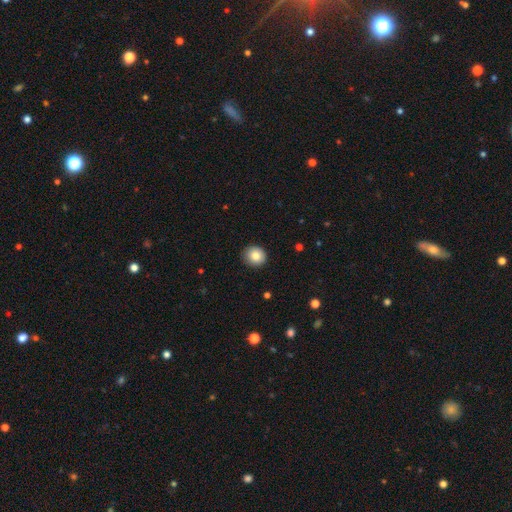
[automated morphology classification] Smooth or featured?
  - smooth: 83% *
  - star or artifact: 9%
  - featured or disk: 8%
How rounded?
  - round: 85% *
  - in between: 14%
  - cigar-shaped: 1%
Merging?
  - none: 89% *
  - minor disturbance: 8%
  - major disturbance: 2%
  - merger: 1%